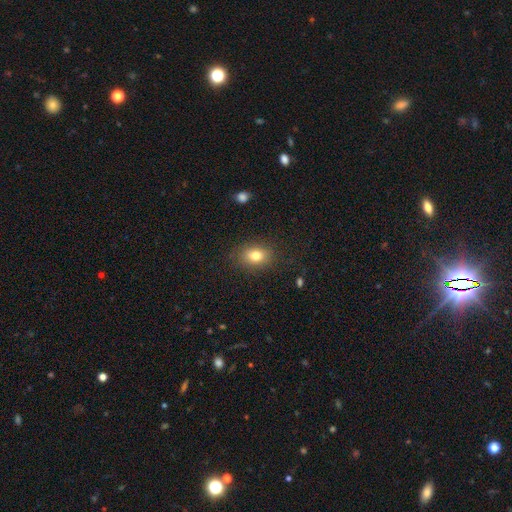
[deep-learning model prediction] The model was most divided on "how rounded": in between: 69%, round: 29%, cigar-shaped: 1%. More confident: merging — none (85%); smooth or featured — smooth (80%).